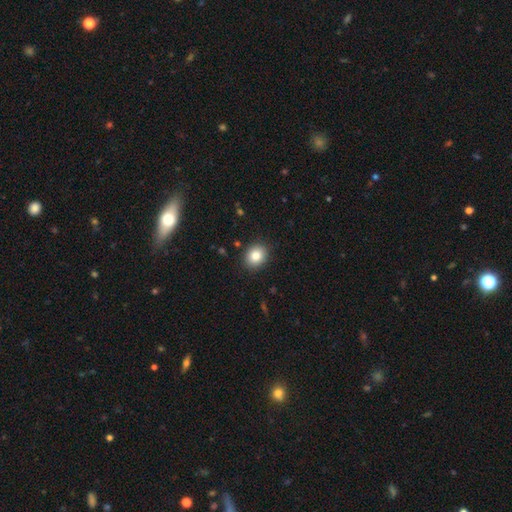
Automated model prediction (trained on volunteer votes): Smooth or featured?
  - smooth: 83% *
  - star or artifact: 9%
  - featured or disk: 8%
How rounded?
  - round: 59% *
  - in between: 40%
  - cigar-shaped: 1%
Merging?
  - none: 89% *
  - minor disturbance: 8%
  - major disturbance: 2%
  - merger: 1%